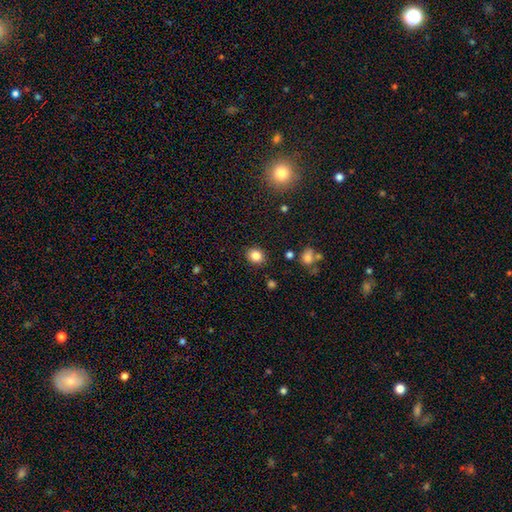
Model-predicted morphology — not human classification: Smooth or featured? Predicted: smooth (p=0.84). How rounded? Predicted: round (p=0.67). Merging? Predicted: none (p=0.88).